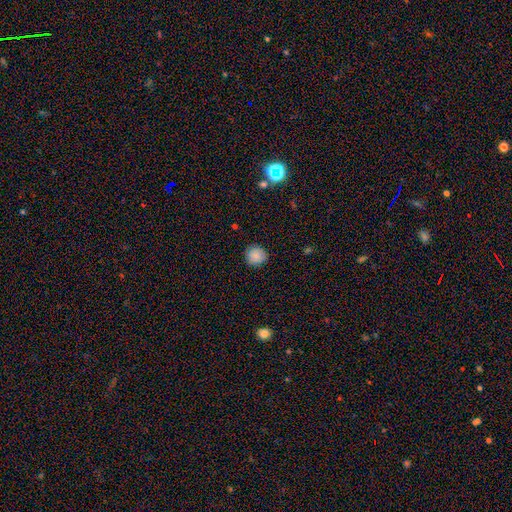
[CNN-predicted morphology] This is clearly a smooth galaxy (86%). How rounded: clearly round (91%). Merging: clearly none (88%).